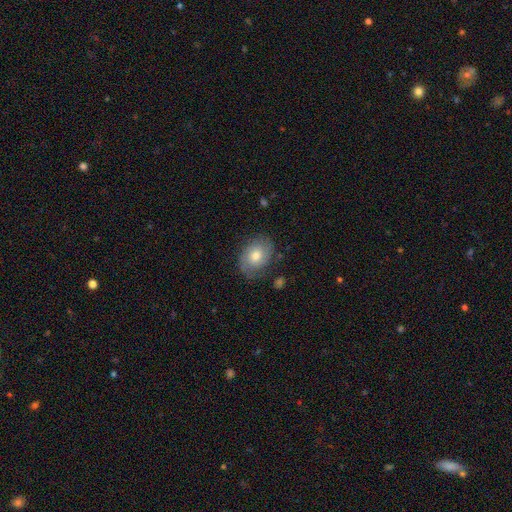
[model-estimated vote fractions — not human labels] Smooth or featured? featured or disk (54%)
Edge-on disk? no (96%)
Bar? no (78%)
Spiral arms? yes (82%)
Bulge size? moderate (68%)
Merging? none (74%)